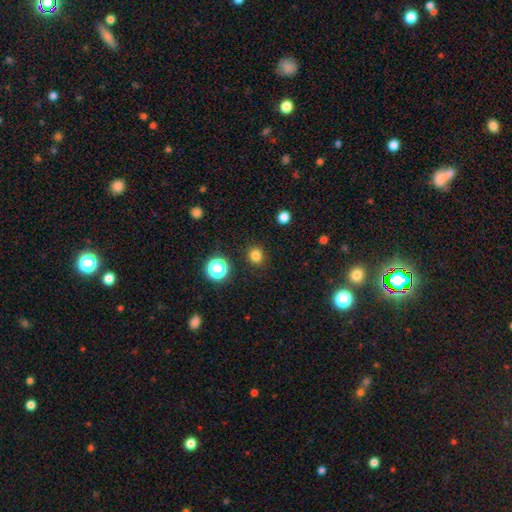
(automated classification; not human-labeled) Smooth or featured: smooth — 81% (star or artifact — 15%)
How rounded: round — 85% (in between — 14%)
Merging: none — 90% (minor disturbance — 6%)